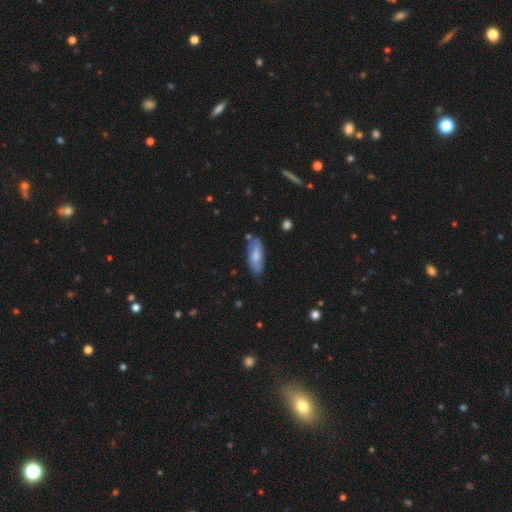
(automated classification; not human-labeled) A smooth galaxy with no disk features (65%) that is in between round and cigar-shaped (73%). Merging: none (61%).